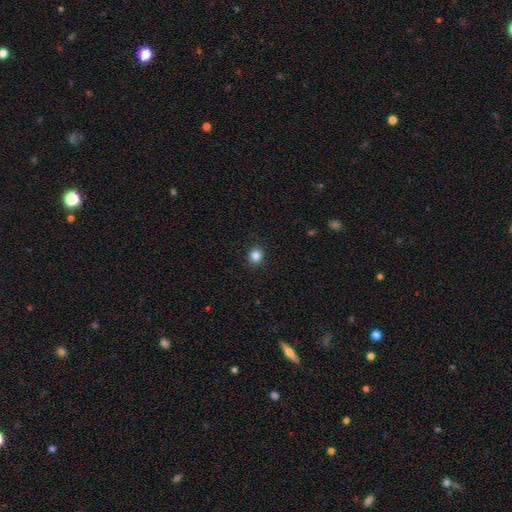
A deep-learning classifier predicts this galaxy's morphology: The model was most divided on "how rounded": round: 80%, in between: 19%, cigar-shaped: 1%. More confident: merging — none (92%); smooth or featured — smooth (84%).